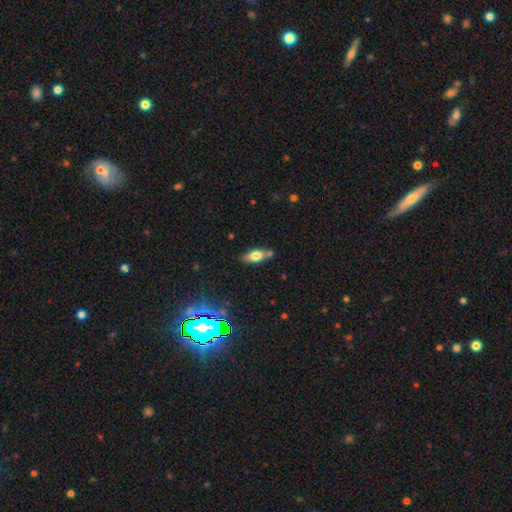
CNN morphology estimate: Smooth or featured? smooth (68%)
How rounded? in between (80%)
Merging? none (70%)